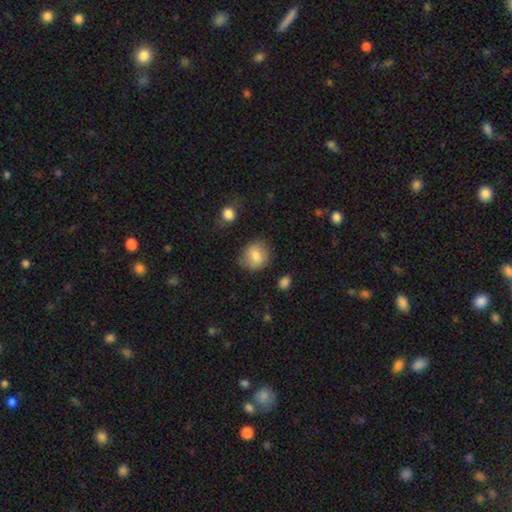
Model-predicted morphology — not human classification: smooth_or_featured: smooth (p=0.79) [alt: featured or disk p=0.13]
how_rounded: round (p=0.75) [alt: in between p=0.24]
merging: none (p=0.74) [alt: minor disturbance p=0.19]